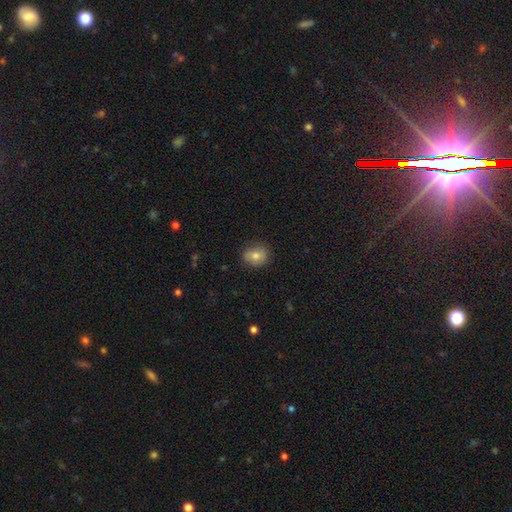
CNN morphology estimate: Smooth or featured? Predicted: smooth (p=0.77). How rounded? Predicted: round (p=0.62). Merging? Predicted: none (p=0.79).